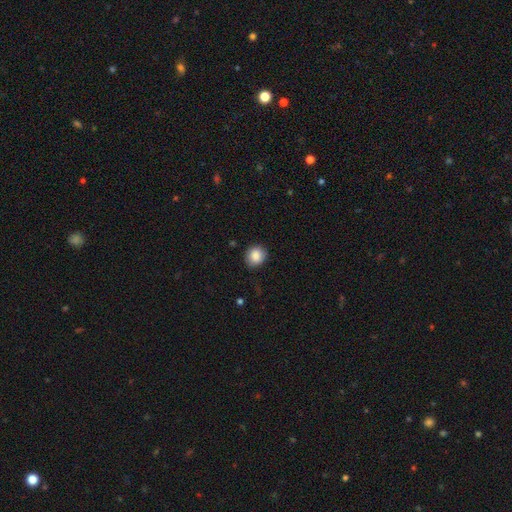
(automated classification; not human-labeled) Q: Smooth or featured?
A: smooth (87%); runner-up: star or artifact (8%)
Q: How rounded?
A: round (79%); runner-up: in between (20%)
Q: Merging?
A: none (86%); runner-up: minor disturbance (10%)